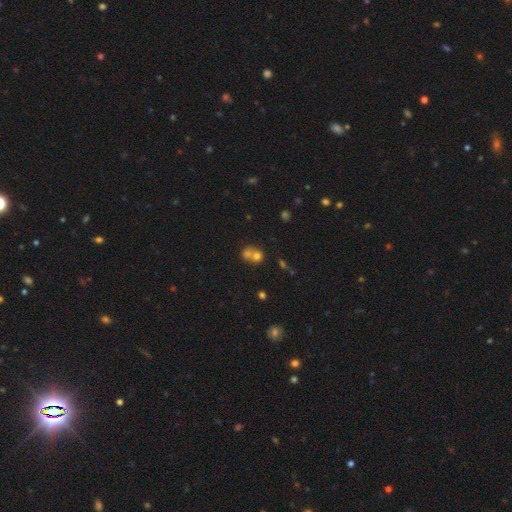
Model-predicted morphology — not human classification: Smooth or featured? smooth (68%)
How rounded? round (73%)
Merging? merger (63%)